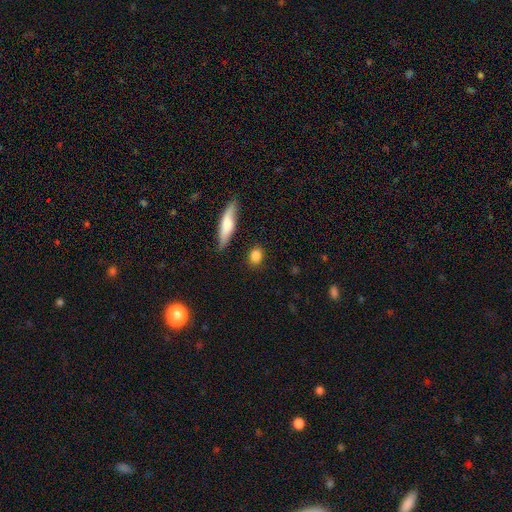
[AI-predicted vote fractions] A smooth galaxy with no disk features (84%) that is round (47%). Merging: none (85%).